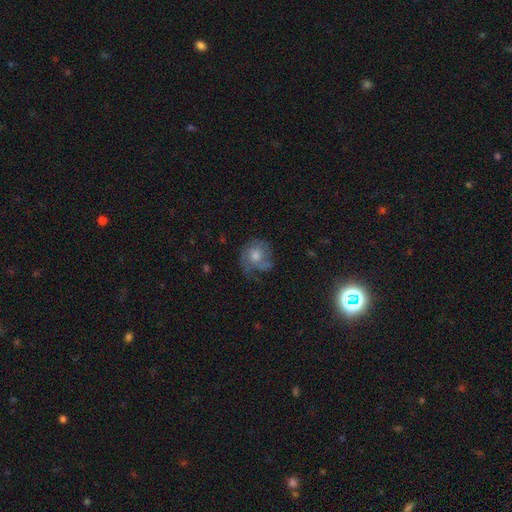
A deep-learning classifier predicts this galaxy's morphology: Smooth or featured? Predicted: featured or disk (p=0.52). Edge-on disk? Predicted: no (p=0.97). Bar? Predicted: no (p=0.81). Spiral arms? Predicted: yes (p=0.75). Bulge size? Predicted: moderate (p=0.62). Merging? Predicted: none (p=0.53).